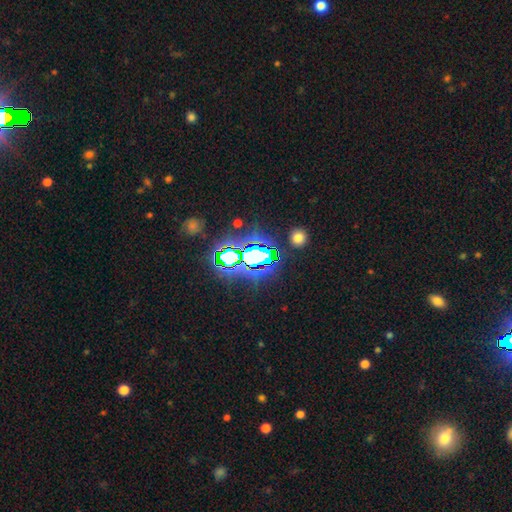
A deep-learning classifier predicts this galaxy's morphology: Smooth or featured? Predicted: star or artifact (p=0.72).